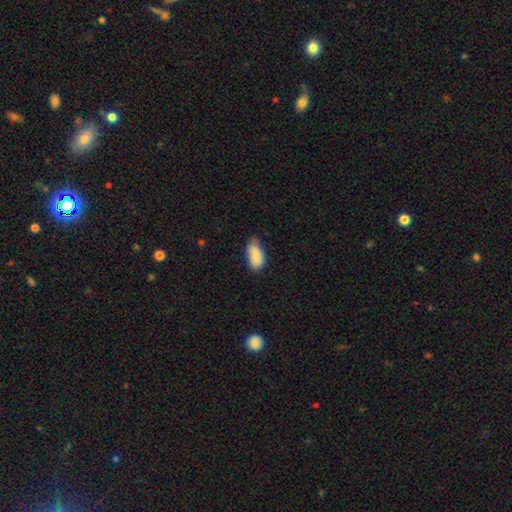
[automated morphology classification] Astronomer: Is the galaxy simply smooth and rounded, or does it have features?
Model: smooth — 82%.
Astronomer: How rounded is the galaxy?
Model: in between — 93%.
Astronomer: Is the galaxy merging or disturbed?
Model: none — 56% (runner-up: minor disturbance, 36%).